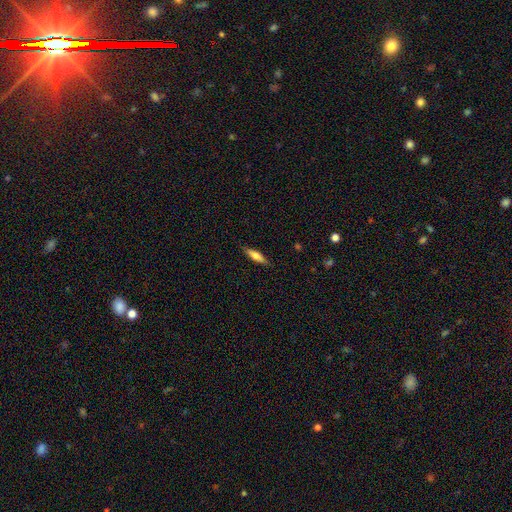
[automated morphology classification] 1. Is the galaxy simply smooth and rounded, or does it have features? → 64% smooth, 30% featured or disk, 6% star or artifact.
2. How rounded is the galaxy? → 69% cigar-shaped, 30% in between, 2% round.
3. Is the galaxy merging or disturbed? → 87% none, 10% minor disturbance, 2% major disturbance, 1% merger.